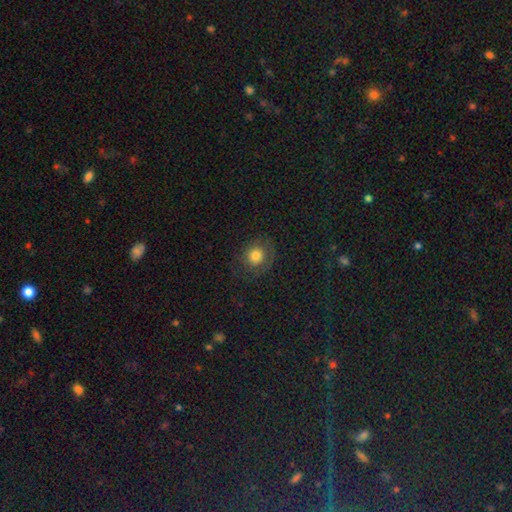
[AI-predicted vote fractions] Overall: smooth (74%). How rounded: round (84%). Merging: none (74%).